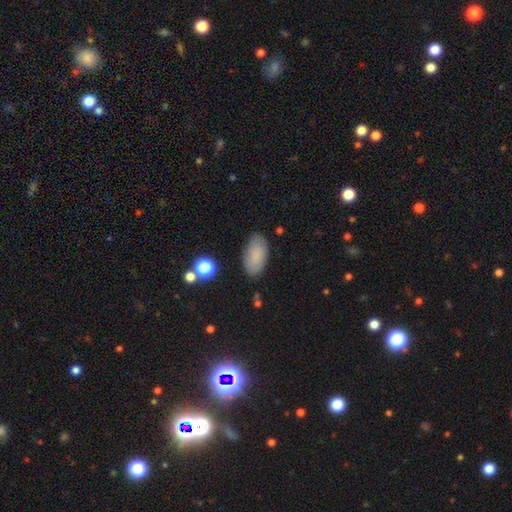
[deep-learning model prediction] A smooth galaxy with no disk features (83%) that is in between round and cigar-shaped (94%).

Vote fractions:
- Smooth or featured? smooth: 83% / star or artifact: 9% / featured or disk: 8%
- How rounded? in between: 94% / round: 3% / cigar-shaped: 3%
- Merging? none: 83% / minor disturbance: 12% / major disturbance: 3% / merger: 2%